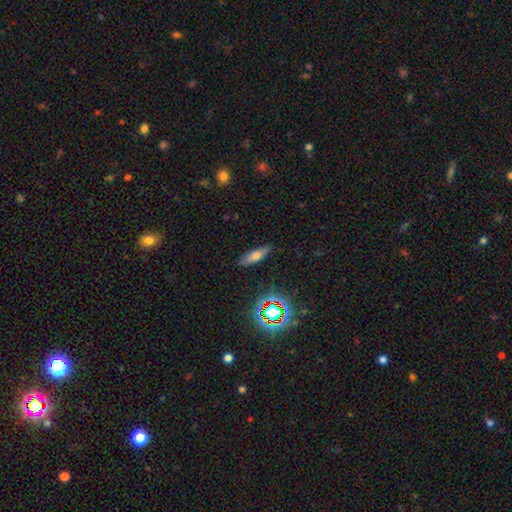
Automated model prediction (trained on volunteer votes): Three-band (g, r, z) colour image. It shows a smooth galaxy with no disk features (59%) that is in between round and cigar-shaped (50%). Merging: none (84%).